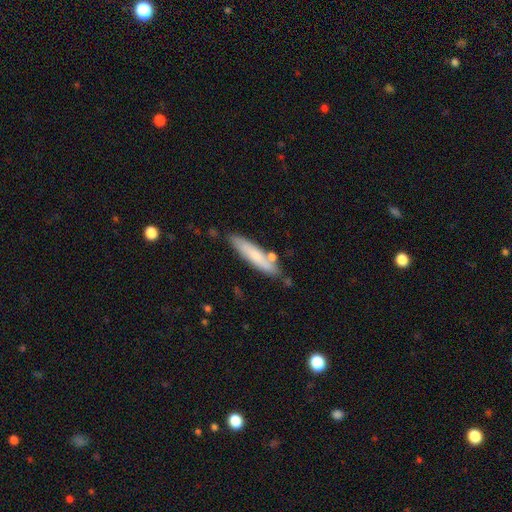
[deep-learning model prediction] smooth_or_featured: smooth (p=0.70) [alt: featured or disk p=0.24]
how_rounded: cigar-shaped (p=0.83) [alt: in between p=0.16]
merging: none (p=0.76) [alt: minor disturbance p=0.15]